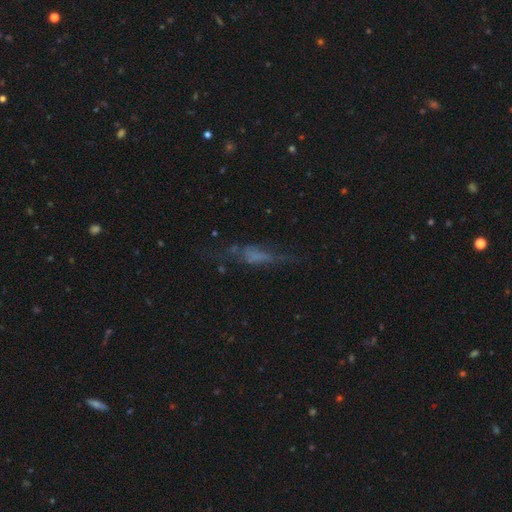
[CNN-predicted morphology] The model was most divided on "smooth or featured": featured or disk: 44%, smooth: 37%, star or artifact: 19%. Remaining: merging — none (45%).